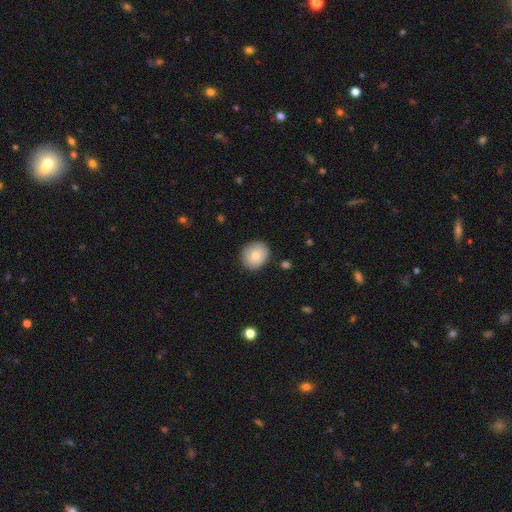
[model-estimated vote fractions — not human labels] Smooth or featured?
  - smooth: 80% *
  - featured or disk: 13%
  - star or artifact: 8%
How rounded?
  - round: 82% *
  - in between: 17%
  - cigar-shaped: 1%
Merging?
  - none: 86% *
  - minor disturbance: 10%
  - major disturbance: 2%
  - merger: 1%